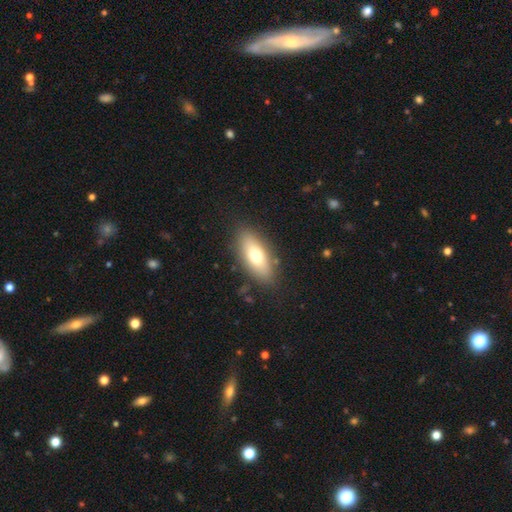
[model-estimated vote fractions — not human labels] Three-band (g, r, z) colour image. It shows a smooth galaxy with no disk features (70%) that is in between round and cigar-shaped (80%). Merging: none (84%).